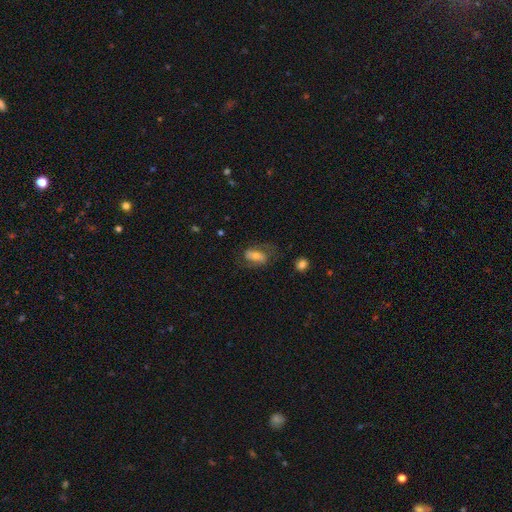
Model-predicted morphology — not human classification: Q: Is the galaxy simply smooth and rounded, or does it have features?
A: featured or disk — 50%.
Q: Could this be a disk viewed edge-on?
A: no — 93%.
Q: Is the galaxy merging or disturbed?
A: none — 62%.